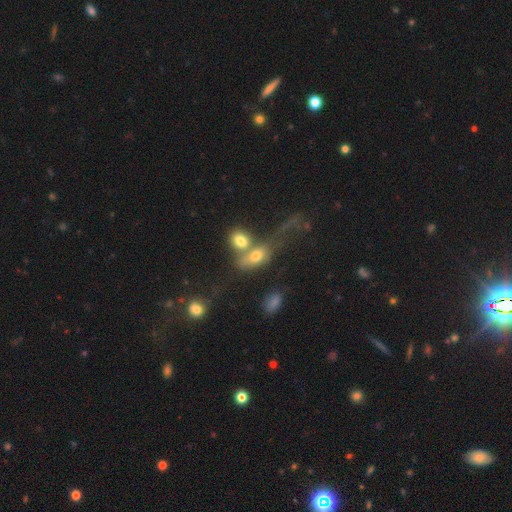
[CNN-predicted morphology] Smooth or featured? Predicted: smooth (p=0.63). How rounded? Predicted: in between (p=0.71). Merging? Predicted: merger (p=0.59).